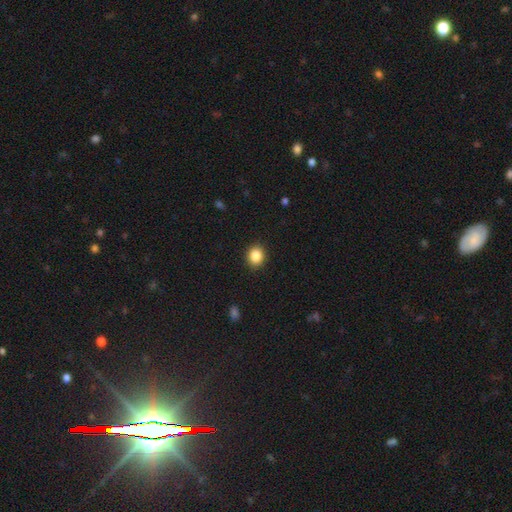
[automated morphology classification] Smooth or featured?
  - smooth: 86% *
  - star or artifact: 9%
  - featured or disk: 4%
How rounded?
  - round: 72% *
  - in between: 27%
  - cigar-shaped: 1%
Merging?
  - none: 91% *
  - minor disturbance: 6%
  - major disturbance: 2%
  - merger: 1%